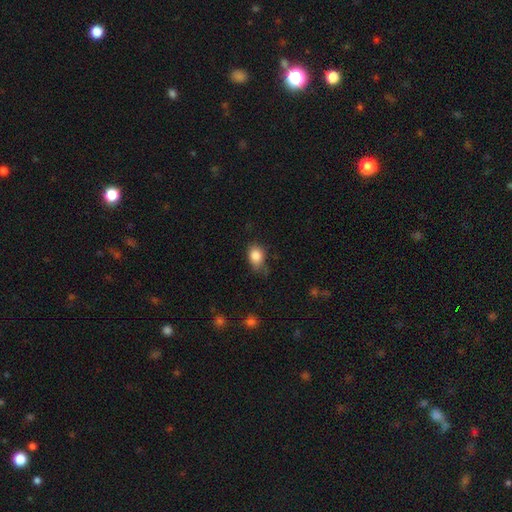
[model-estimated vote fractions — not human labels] Smooth or featured? Predicted: smooth (p=0.85). How rounded? Predicted: in between (p=0.70). Merging? Predicted: none (p=0.62).